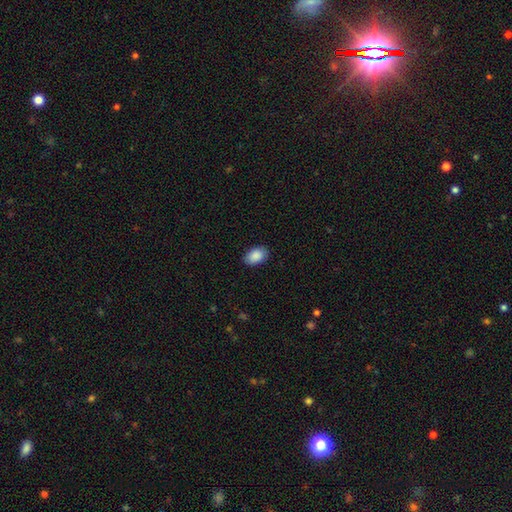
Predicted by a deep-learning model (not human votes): Smooth or featured? Predicted: smooth (p=0.90). How rounded? Predicted: in between (p=0.90). Merging? Predicted: none (p=0.87).